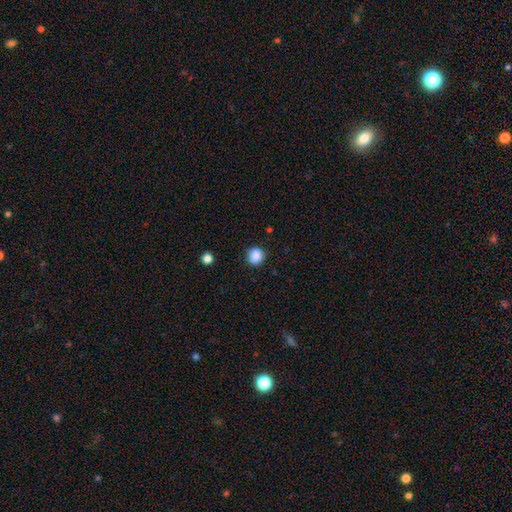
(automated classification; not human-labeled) Smooth or featured?
  - smooth: 88% *
  - star or artifact: 10%
  - featured or disk: 3%
How rounded?
  - round: 90% *
  - in between: 9%
  - cigar-shaped: 1%
Merging?
  - none: 89% *
  - minor disturbance: 8%
  - major disturbance: 2%
  - merger: 1%